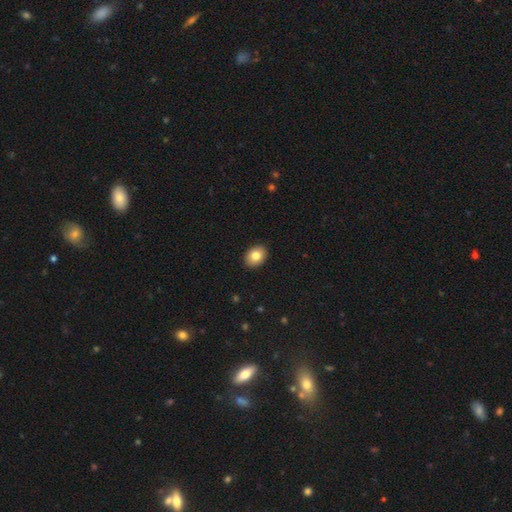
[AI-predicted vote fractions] Overall: smooth (83%). How rounded: in between (72%). Merging: none (91%).